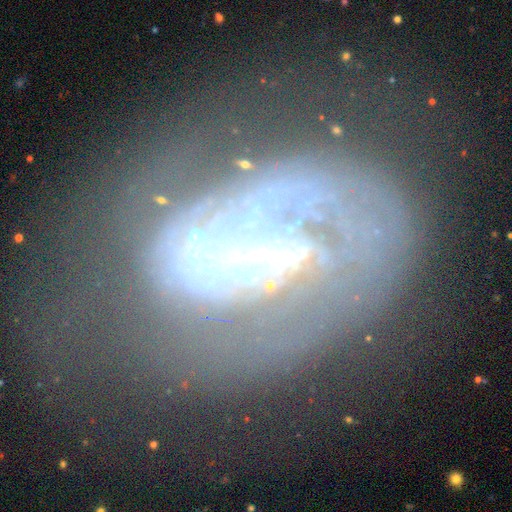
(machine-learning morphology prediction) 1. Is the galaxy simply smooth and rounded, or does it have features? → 77% featured or disk, 12% smooth, 11% star or artifact.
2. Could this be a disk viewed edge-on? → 95% no, 5% yes.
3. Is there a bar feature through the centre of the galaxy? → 45% strong, 32% weak, 24% no.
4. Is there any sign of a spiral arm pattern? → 71% yes, 29% no.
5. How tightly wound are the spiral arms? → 49% tight, 34% medium, 18% loose.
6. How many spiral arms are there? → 37% 2, 35% can't tell, 12% 1, 7% 3, 4% 4, 4% more than 4.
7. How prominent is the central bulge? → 37% moderate, 27% small, 22% none, 11% large, 3% dominant.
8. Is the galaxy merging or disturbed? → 45% none, 29% major disturbance, 20% minor disturbance, 6% merger.